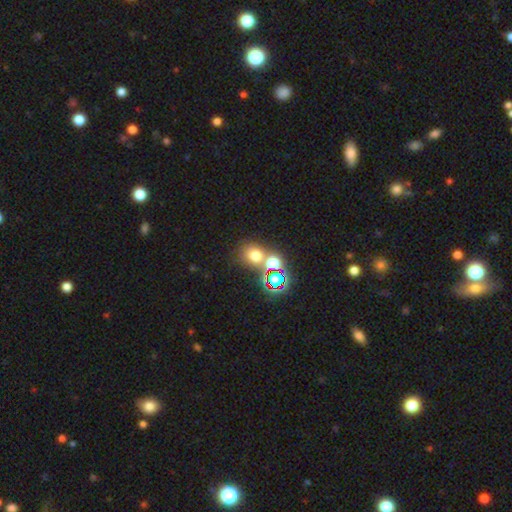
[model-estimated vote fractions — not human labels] A smooth galaxy with no disk features (61%) that is round (76%). Merging: none (54%).